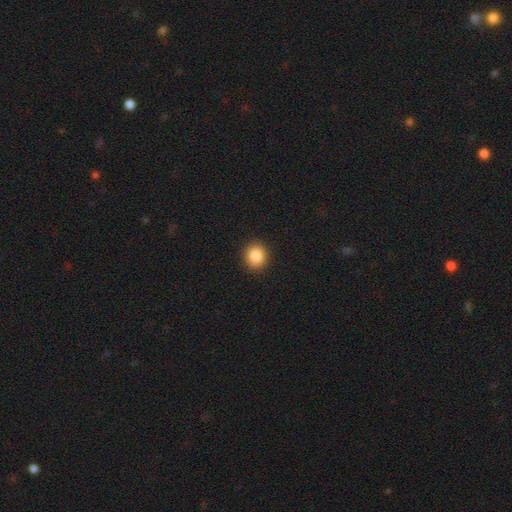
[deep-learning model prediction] The model was most divided on "how rounded": round: 80%, in between: 20%, cigar-shaped: 1%. More confident: merging — none (92%); smooth or featured — smooth (87%).